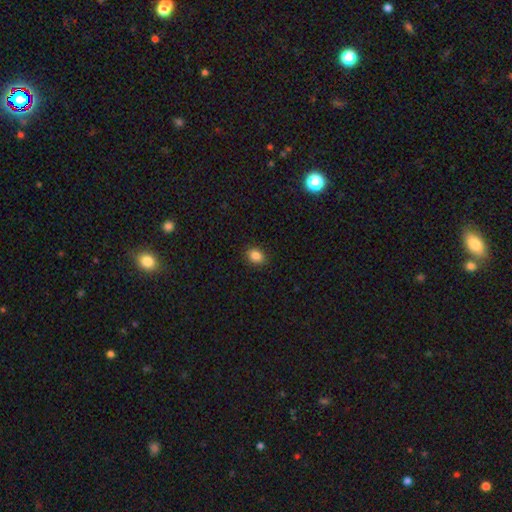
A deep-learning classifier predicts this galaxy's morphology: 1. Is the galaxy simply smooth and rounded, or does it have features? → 86% smooth, 10% star or artifact, 4% featured or disk.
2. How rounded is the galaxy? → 61% in between, 38% round, 1% cigar-shaped.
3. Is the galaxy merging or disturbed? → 89% none, 8% minor disturbance, 2% major disturbance, 1% merger.